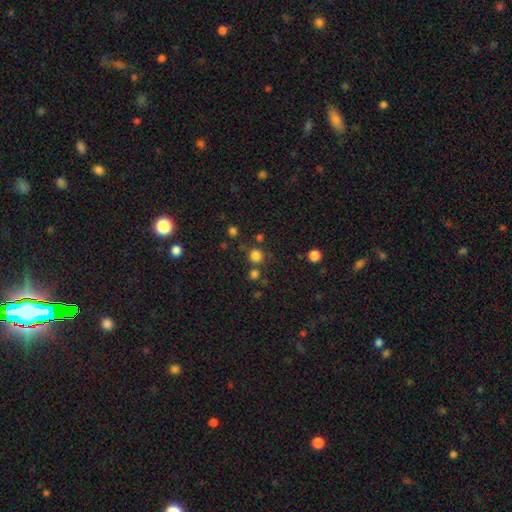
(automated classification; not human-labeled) Q: Smooth or featured?
A: smooth (80%); runner-up: star or artifact (16%)
Q: How rounded?
A: round (90%); runner-up: in between (9%)
Q: Merging?
A: none (75%); runner-up: merger (12%)